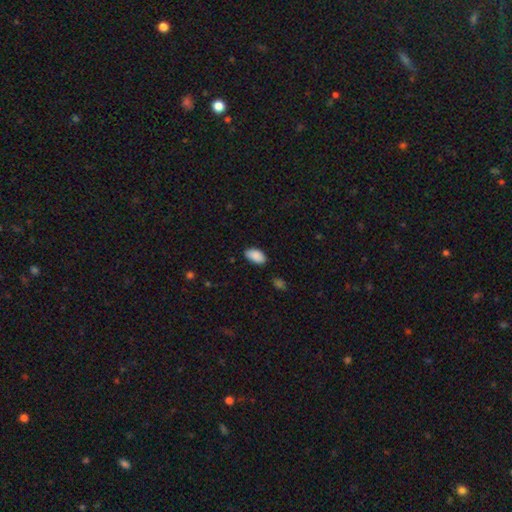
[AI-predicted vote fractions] A smooth galaxy with no disk features (90%) that is in between round and cigar-shaped (95%).

Vote fractions:
- Smooth or featured? smooth: 90% / star or artifact: 7% / featured or disk: 3%
- How rounded? in between: 95% / round: 3% / cigar-shaped: 2%
- Merging? none: 81% / minor disturbance: 14% / major disturbance: 3% / merger: 1%